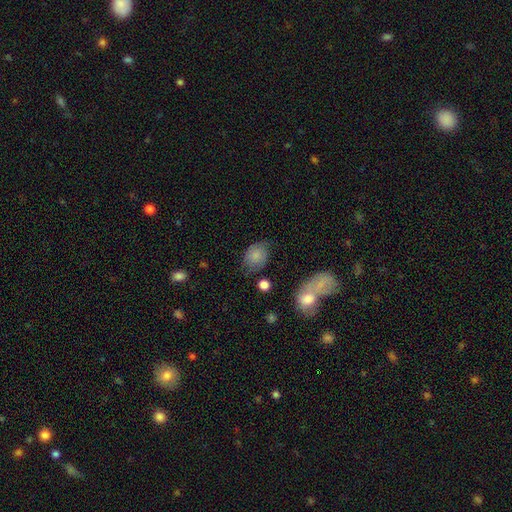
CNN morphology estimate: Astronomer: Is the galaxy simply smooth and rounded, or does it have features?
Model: smooth — 75%.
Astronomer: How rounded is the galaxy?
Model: in between — 58% (runner-up: round, 40%).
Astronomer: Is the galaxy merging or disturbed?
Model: none — 62%.